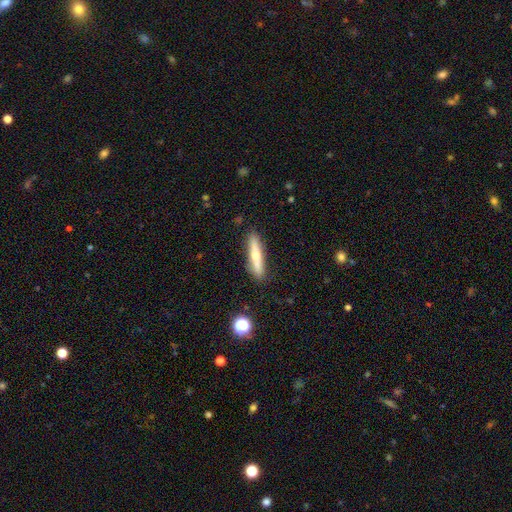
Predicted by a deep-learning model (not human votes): A smooth galaxy with no disk features (49%). Merging: none (88%).